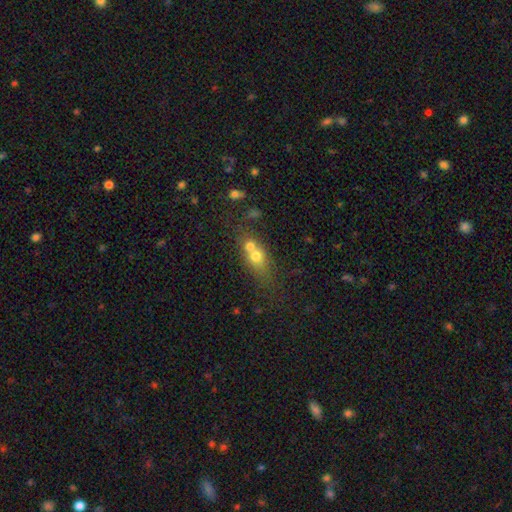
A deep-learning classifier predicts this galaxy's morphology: Smooth or featured?
  - smooth: 65% *
  - featured or disk: 23%
  - star or artifact: 12%
How rounded?
  - in between: 47% *
  - round: 45%
  - cigar-shaped: 8%
Merging?
  - merger: 61% *
  - none: 26%
  - minor disturbance: 8%
  - major disturbance: 5%